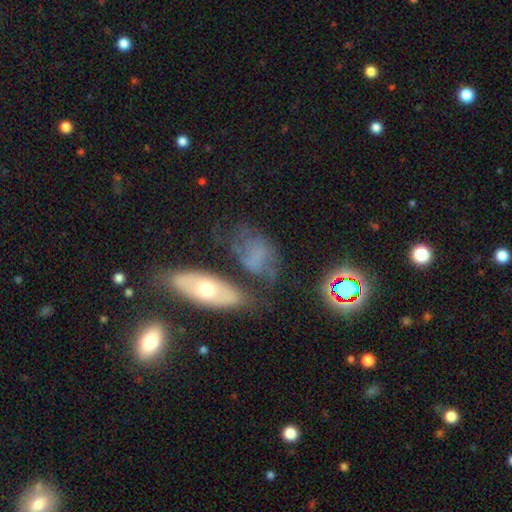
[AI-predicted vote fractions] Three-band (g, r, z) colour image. It shows a smooth galaxy with no disk features (45%). Merging: none (41%).